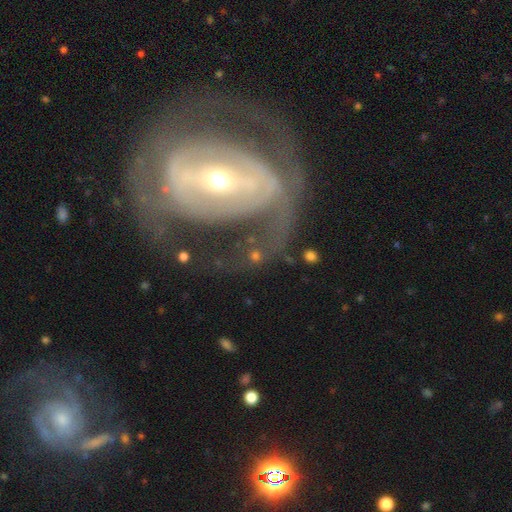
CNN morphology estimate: A featured or disk galaxy (73%) with no bar (37%), 2 (58%) tight (40%) spiral arms (74%) and a small central bulge (51%).

Vote fractions:
- Smooth or featured? featured or disk: 73% / smooth: 17% / star or artifact: 9%
- Edge-on disk? no: 93% / yes: 7%
- Bar? no: 37% / strong: 33% / weak: 30%
- Spiral arms? yes: 74% / no: 26%
- Spiral winding? tight: 40% / medium: 37% / loose: 24%
- Spiral arm count? 2: 58% / can't tell: 20% / 3: 7% / 1: 6% / 4: 4% / more than 4: 4%
- Bulge size? small: 51% / moderate: 41% / large: 4% / none: 2% / dominant: 2%
- Merging? none: 53% / major disturbance: 24% / minor disturbance: 17% / merger: 6%